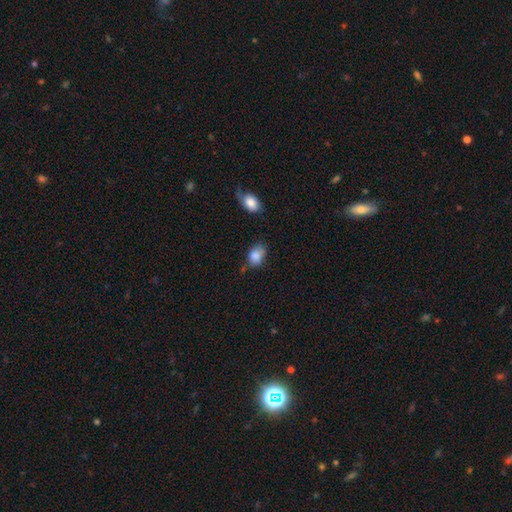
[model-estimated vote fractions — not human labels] The model was most divided on "merging": none: 53%, minor disturbance: 32%, major disturbance: 8%, merger: 7%. More confident: smooth or featured — smooth (84%); how rounded — in between (77%).